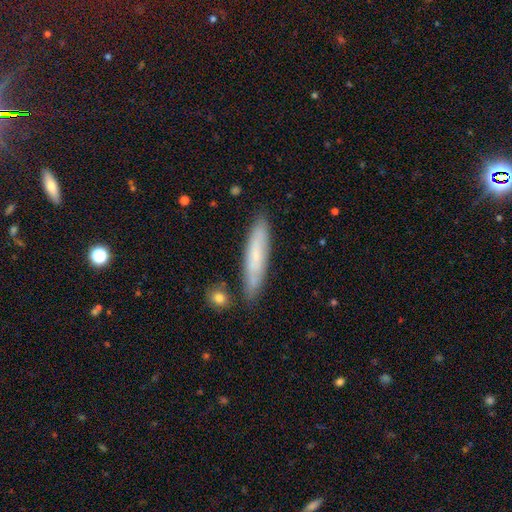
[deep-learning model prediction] smooth 61%, featured or disk 32%, star or artifact 7%. Down the decision tree: how rounded — cigar-shaped (86%); merging — none (82%).